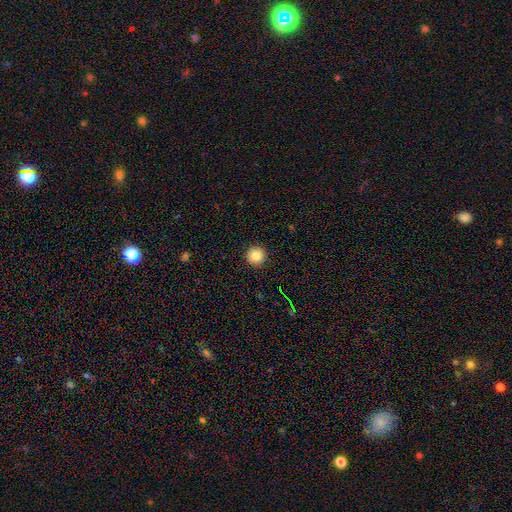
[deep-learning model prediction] smooth 85%, star or artifact 11%, featured or disk 4%. Down the decision tree: how rounded — round (96%); merging — none (93%).